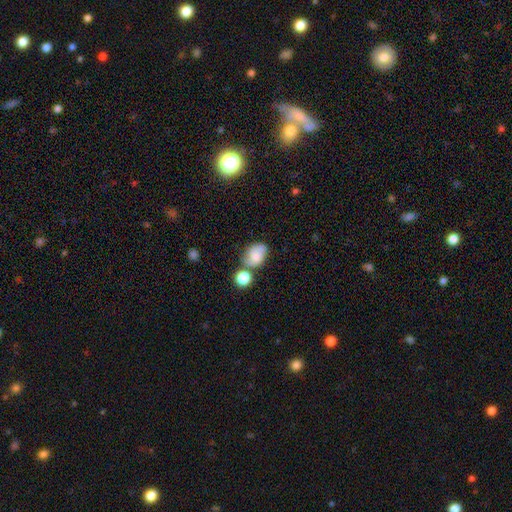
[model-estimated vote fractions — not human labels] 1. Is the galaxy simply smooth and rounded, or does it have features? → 58% smooth, 31% featured or disk, 11% star or artifact.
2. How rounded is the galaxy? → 67% in between, 32% round, 1% cigar-shaped.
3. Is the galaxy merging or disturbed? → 45% none, 24% merger, 22% minor disturbance, 9% major disturbance.